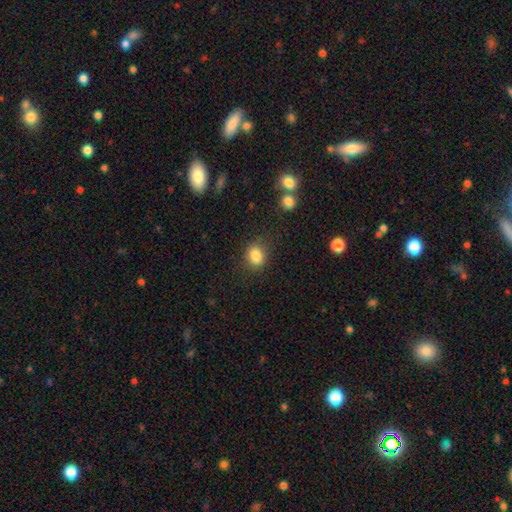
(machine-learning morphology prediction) This appears to be a smooth galaxy with no disk features (84%) that is round (54%). Merging: none (83%).